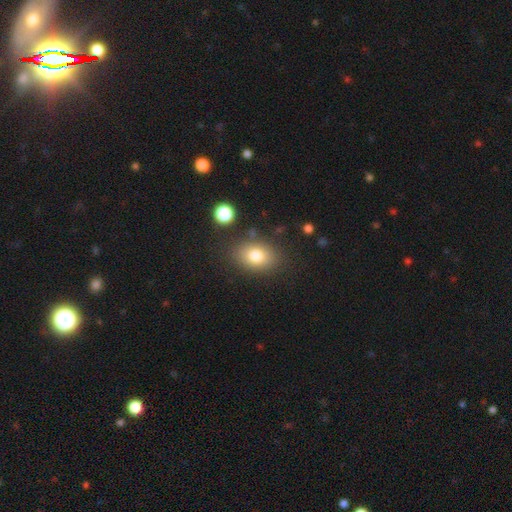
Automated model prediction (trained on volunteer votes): This is likely a smooth galaxy (79%). How rounded: likely in between (72%). Merging: clearly none (80%).